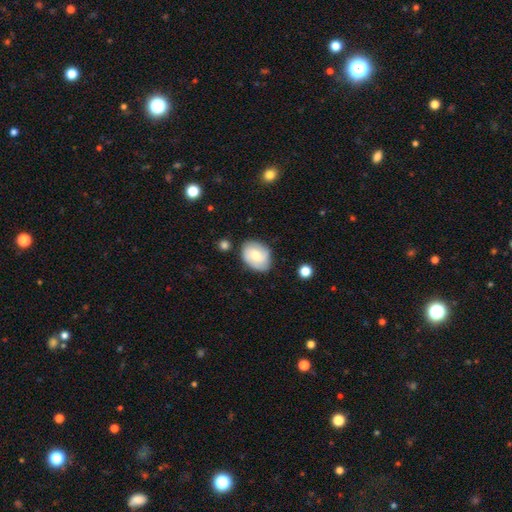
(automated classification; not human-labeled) This is possibly a smooth galaxy (56%). How rounded: likely in between (62%). Merging: likely none (71%).